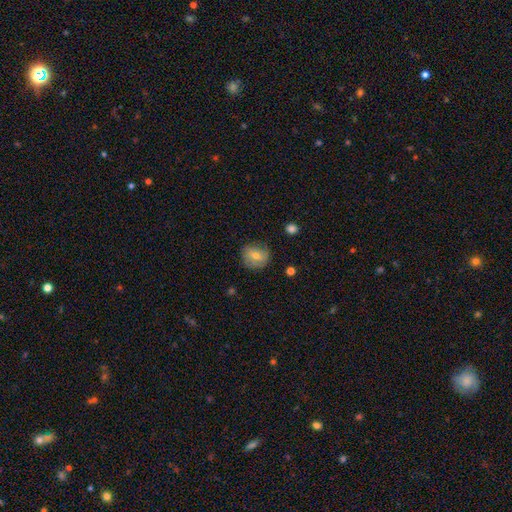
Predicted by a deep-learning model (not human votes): Smooth or featured? Predicted: smooth (p=0.59). How rounded? Predicted: round (p=0.79). Merging? Predicted: none (p=0.76).